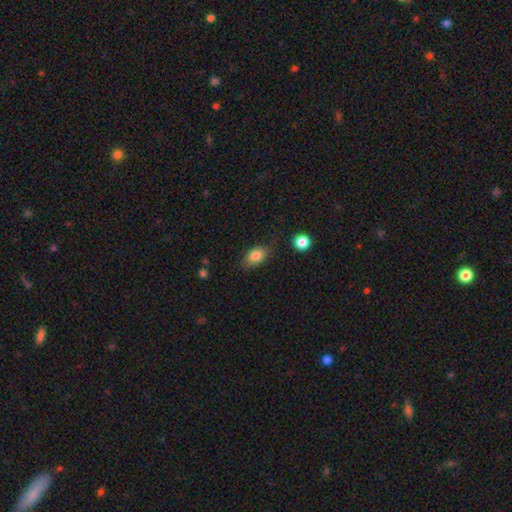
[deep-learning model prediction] Smooth or featured?
  - smooth: 83% *
  - featured or disk: 9%
  - star or artifact: 9%
How rounded?
  - in between: 84% *
  - round: 13%
  - cigar-shaped: 3%
Merging?
  - none: 76% *
  - minor disturbance: 17%
  - major disturbance: 4%
  - merger: 2%